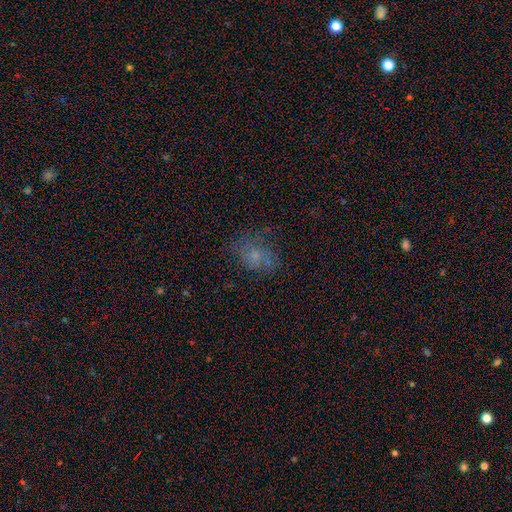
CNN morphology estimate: This appears to be a smooth galaxy with no disk features (53%) that is in between round and cigar-shaped (58%). Merging: none (56%).